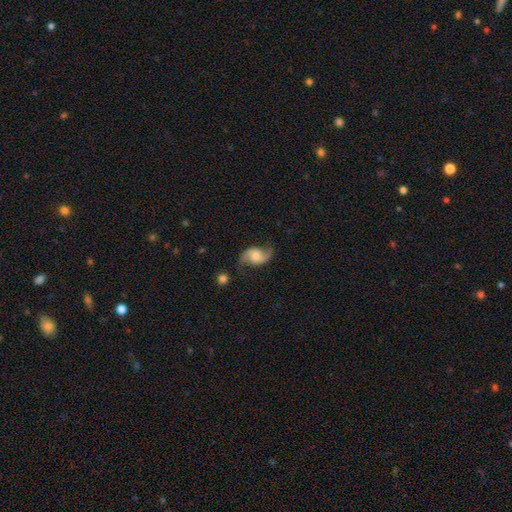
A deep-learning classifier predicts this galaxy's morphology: This appears to be a featured or disk galaxy (74%) with no bar (58%), 2 (92%) loose (69%) spiral arms (94%) and a moderate central bulge (51%). Merging: none (71%).